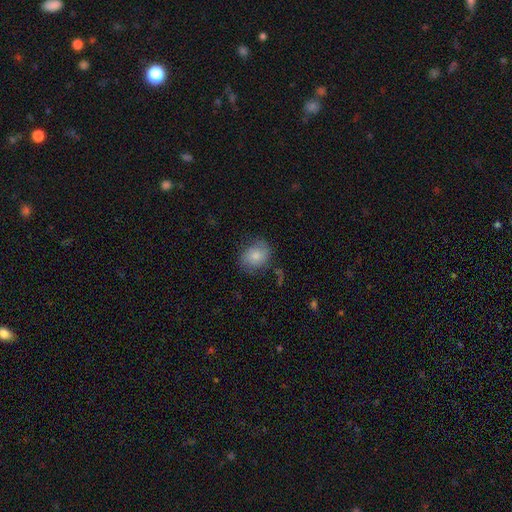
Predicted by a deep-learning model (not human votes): Overall: smooth (74%). How rounded: round (54%; in between 45%). Merging: none (63%; minor disturbance 25%).